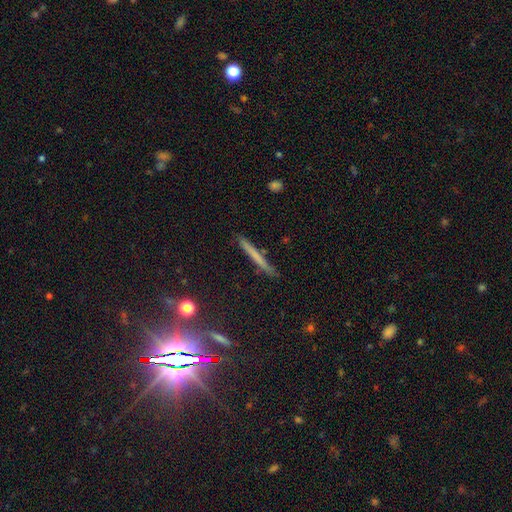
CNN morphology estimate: A smooth galaxy with no disk features (59%) that is cigar-shaped (96%). Merging: none (89%).